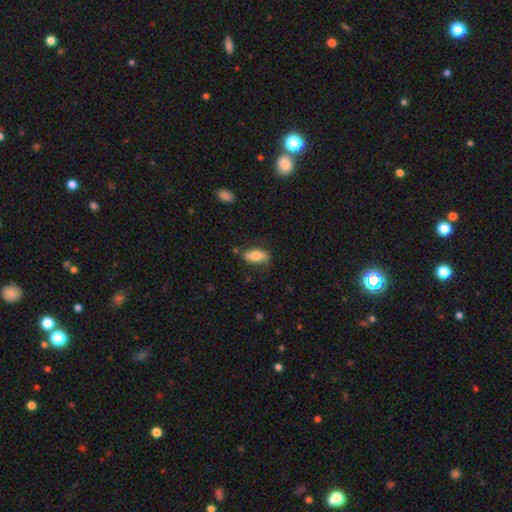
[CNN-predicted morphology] Overall: smooth (66%; featured or disk 27%). How rounded: in between (82%). Merging: none (65%; minor disturbance 25%).